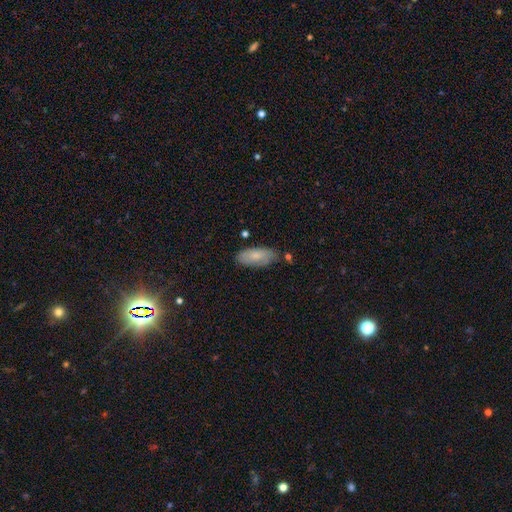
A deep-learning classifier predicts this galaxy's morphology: smooth 77%, featured or disk 17%, star or artifact 6%. Down the decision tree: how rounded — in between (87%); merging — none (72%).